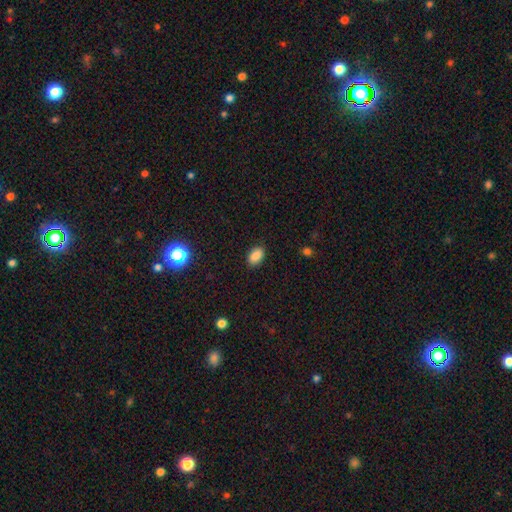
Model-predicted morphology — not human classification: smooth_or_featured: smooth (p=0.86) [alt: star or artifact p=0.10]
how_rounded: in between (p=0.90) [alt: round p=0.08]
merging: none (p=0.88) [alt: minor disturbance p=0.09]